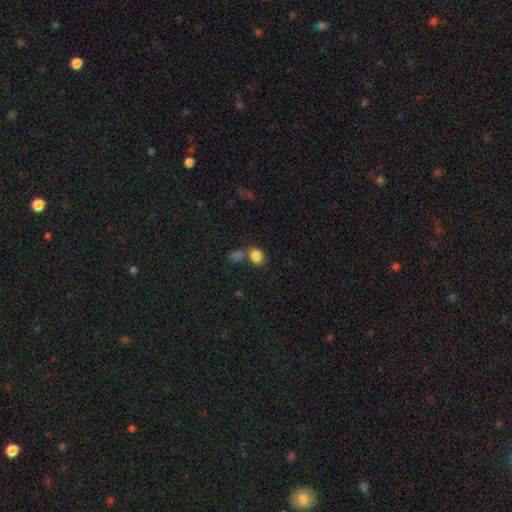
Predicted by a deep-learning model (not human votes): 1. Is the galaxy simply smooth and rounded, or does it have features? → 84% smooth, 10% star or artifact, 6% featured or disk.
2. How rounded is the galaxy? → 62% in between, 36% round, 1% cigar-shaped.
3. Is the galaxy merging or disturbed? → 47% none, 35% merger, 12% minor disturbance, 5% major disturbance.